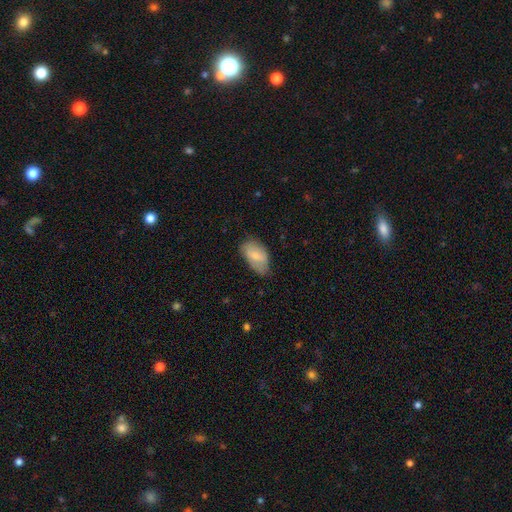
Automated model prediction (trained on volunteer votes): smooth-or-featured: smooth: 72% | featured or disk: 21% | star or artifact: 6%
  how-rounded: in between: 93% | round: 5% | cigar-shaped: 2%
  merging: none: 60% | minor disturbance: 32% | major disturbance: 7% | merger: 1%